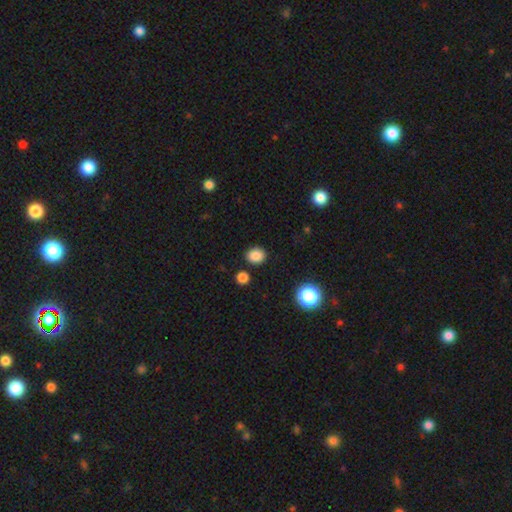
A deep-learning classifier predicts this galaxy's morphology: Q: Smooth or featured?
A: smooth (85%); runner-up: star or artifact (12%)
Q: How rounded?
A: round (65%); runner-up: in between (34%)
Q: Merging?
A: none (86%); runner-up: minor disturbance (8%)